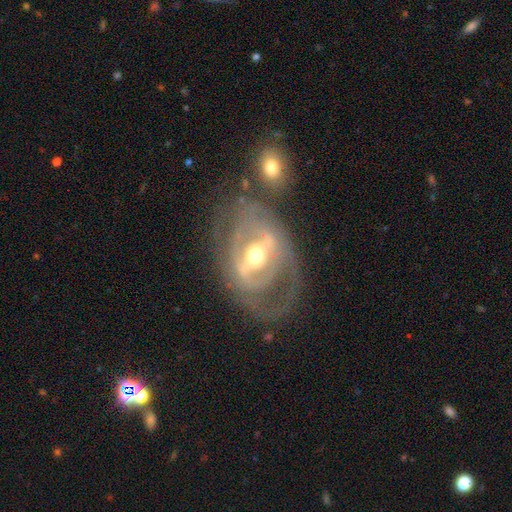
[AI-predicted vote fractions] Smooth or featured?
  - featured or disk: 83% *
  - smooth: 12%
  - star or artifact: 5%
Edge-on disk?
  - no: 93% *
  - yes: 7%
Bar?
  - strong: 57% *
  - weak: 30%
  - no: 14%
Spiral arms?
  - yes: 63% *
  - no: 37%
Bulge size?
  - moderate: 71% *
  - small: 19%
  - large: 7%
  - dominant: 1%
  - none: 1%
Merging?
  - none: 59% *
  - minor disturbance: 17%
  - major disturbance: 15%
  - merger: 9%